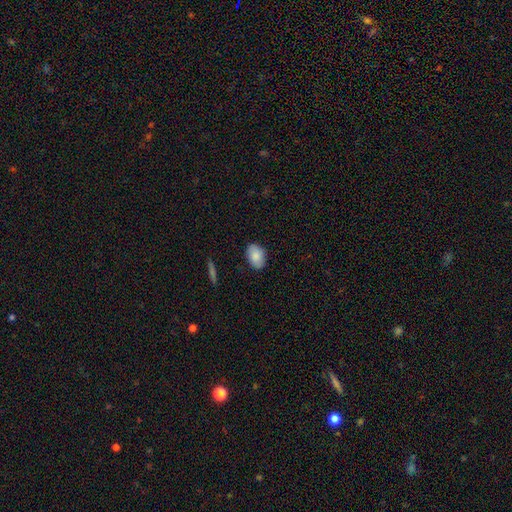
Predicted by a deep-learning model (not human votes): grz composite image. It shows a smooth galaxy with no disk features (86%) that is in between round and cigar-shaped (86%). Merging: none (86%).